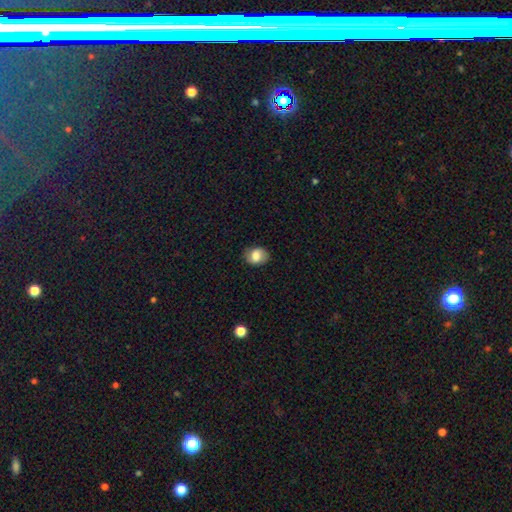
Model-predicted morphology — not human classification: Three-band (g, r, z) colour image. It shows a smooth galaxy with no disk features (77%) that is in between round and cigar-shaped (59%). Merging: none (82%).